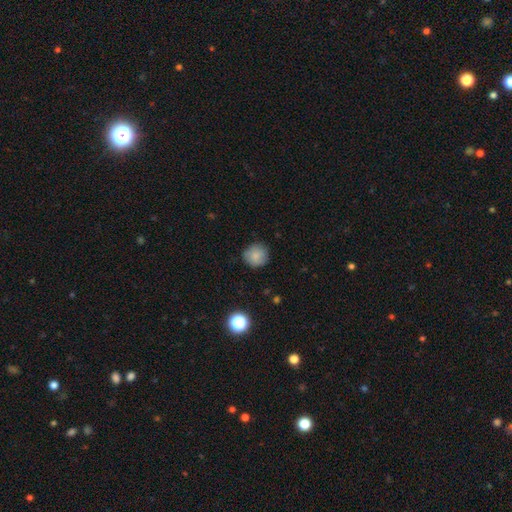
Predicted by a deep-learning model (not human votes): smooth 82%, star or artifact 9%, featured or disk 9%. Down the decision tree: how rounded — round (91%); merging — none (84%).